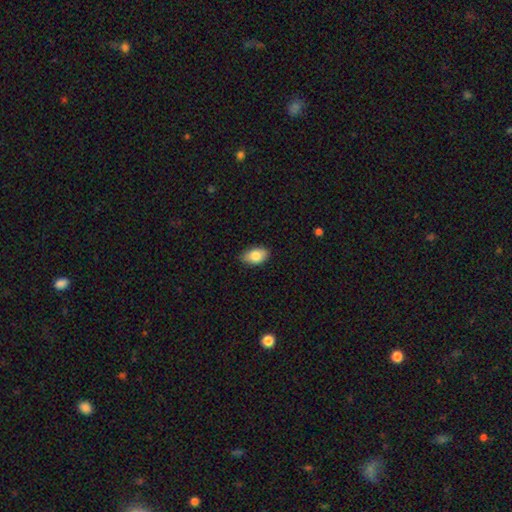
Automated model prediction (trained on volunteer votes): This appears to be a smooth galaxy with no disk features (84%) that is in between round and cigar-shaped (90%). Merging: none (80%).